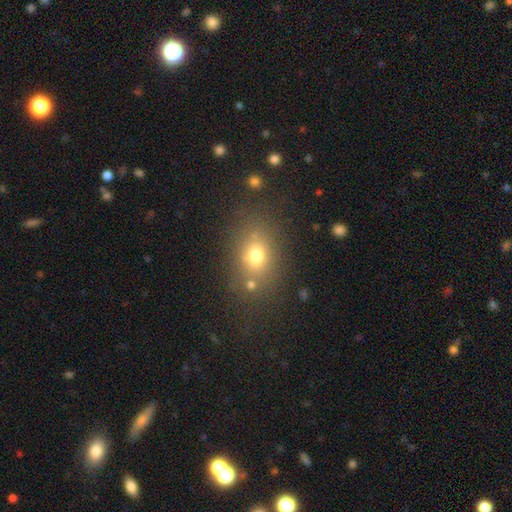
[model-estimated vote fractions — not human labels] Morphology: type=smooth (71%); roundness=in between (64%); merging=none (72%).